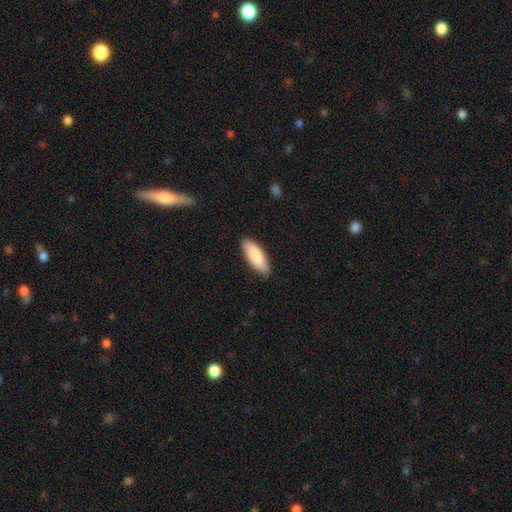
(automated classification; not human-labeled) Morphology: type=smooth (87%); roundness=in between (69%); merging=none (87%).